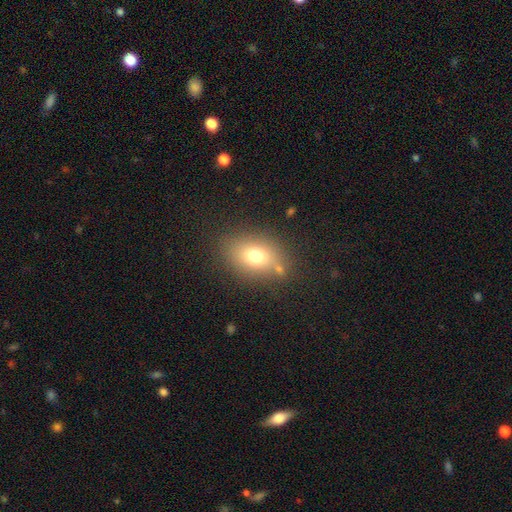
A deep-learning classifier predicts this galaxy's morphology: This appears to be a smooth galaxy with no disk features (70%) that is in between round and cigar-shaped (71%). Merging: none (78%).